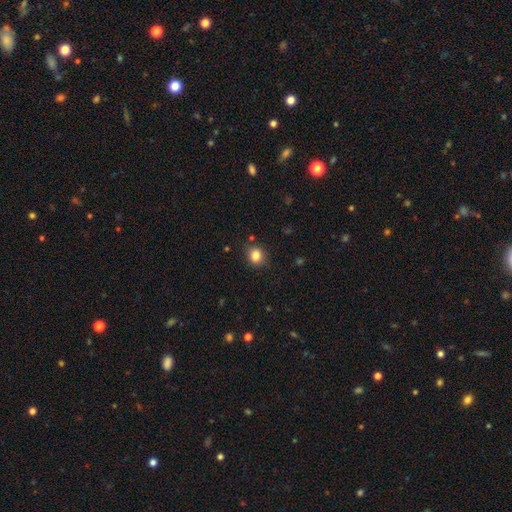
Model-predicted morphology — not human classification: Smooth or featured?
  - smooth: 83% *
  - star or artifact: 11%
  - featured or disk: 6%
How rounded?
  - round: 74% *
  - in between: 25%
  - cigar-shaped: 1%
Merging?
  - none: 85% *
  - minor disturbance: 11%
  - major disturbance: 3%
  - merger: 2%